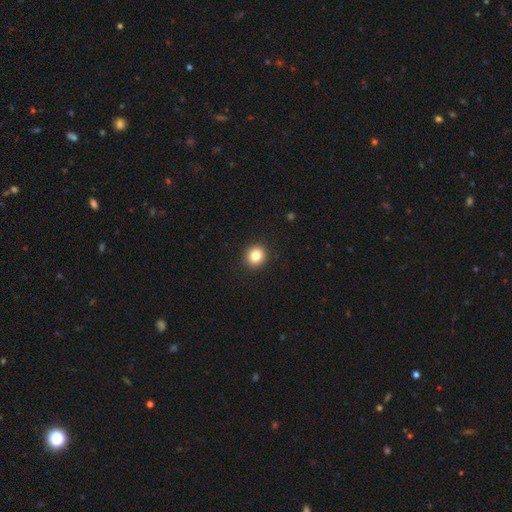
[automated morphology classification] Smooth or featured? Predicted: smooth (p=0.83). How rounded? Predicted: round (p=0.87). Merging? Predicted: none (p=0.92).